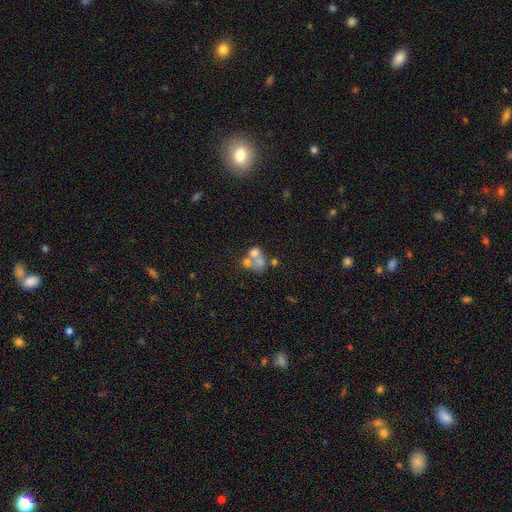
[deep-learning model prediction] smooth-or-featured: smooth: 51% | featured or disk: 33% | star or artifact: 15%
  how-rounded: round: 57% | in between: 42% | cigar-shaped: 1%
  merging: merger: 60% | none: 22% | major disturbance: 10% | minor disturbance: 8%